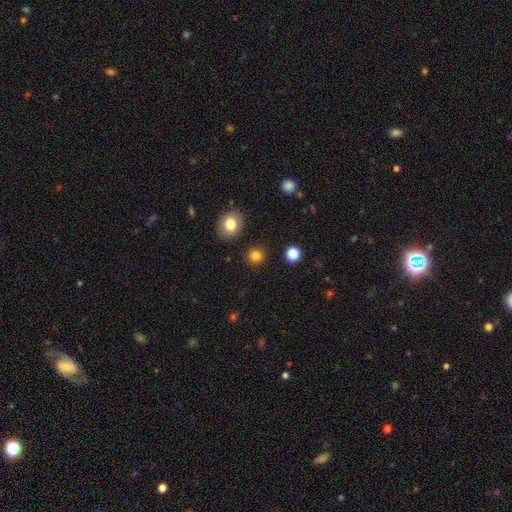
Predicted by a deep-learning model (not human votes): A smooth galaxy with no disk features (82%) that is round (91%).

Vote fractions:
- Smooth or featured? smooth: 82% / star or artifact: 14% / featured or disk: 5%
- How rounded? round: 91% / in between: 8% / cigar-shaped: 1%
- Merging? none: 90% / minor disturbance: 5% / major disturbance: 2% / merger: 2%